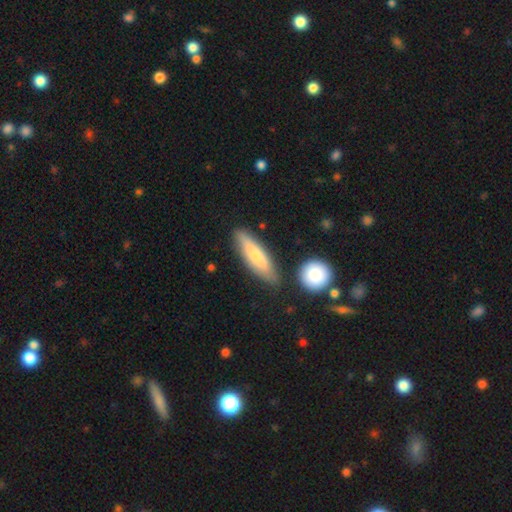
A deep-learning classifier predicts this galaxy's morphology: The model was most divided on "smooth or featured": smooth: 66%, featured or disk: 28%, star or artifact: 5%. More confident: merging — none (78%); how rounded — cigar-shaped (69%).